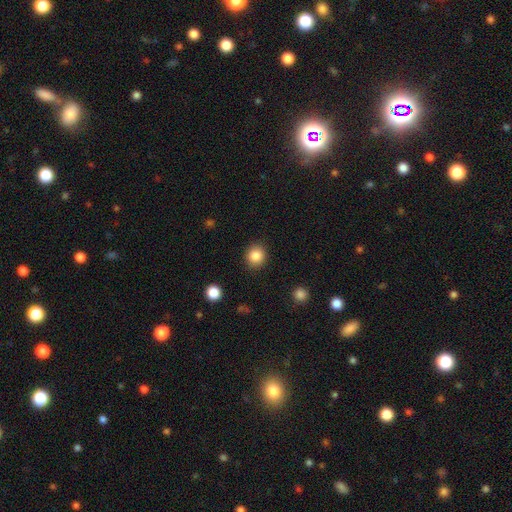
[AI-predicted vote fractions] Q: Smooth or featured?
A: smooth (86%); runner-up: star or artifact (10%)
Q: How rounded?
A: round (85%); runner-up: in between (14%)
Q: Merging?
A: none (90%); runner-up: minor disturbance (6%)